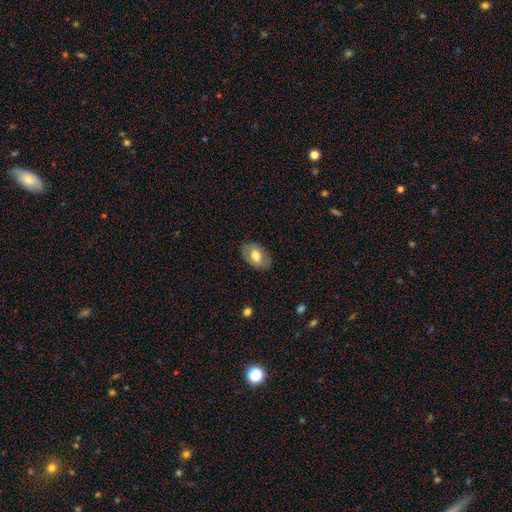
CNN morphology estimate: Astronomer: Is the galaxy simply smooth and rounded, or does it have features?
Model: smooth — 65%.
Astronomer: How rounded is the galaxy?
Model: in between — 89%.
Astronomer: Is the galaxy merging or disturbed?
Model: none — 82%.